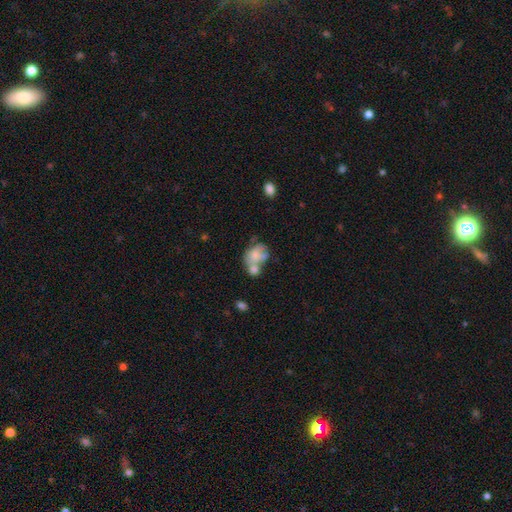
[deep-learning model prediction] This is possibly a smooth galaxy (59%). How rounded: likely in between (64%). Merging: possibly merger (47%).